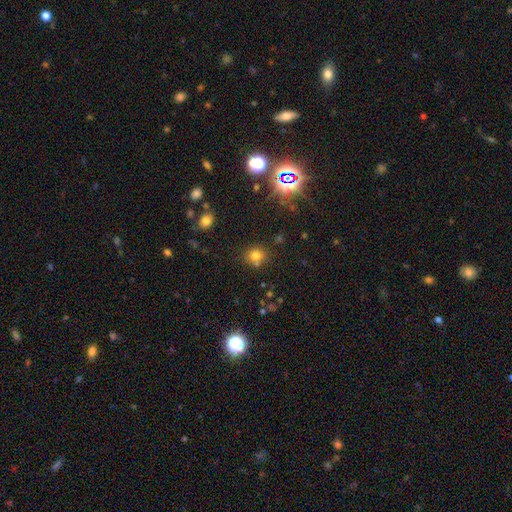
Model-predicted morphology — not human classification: type=smooth (73%); roundness=round (77%); merging=none (69%).